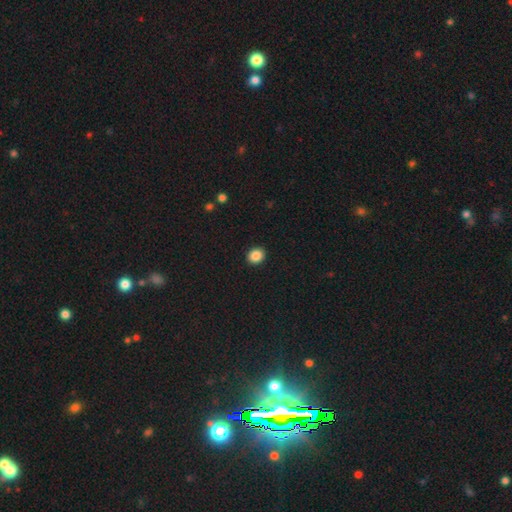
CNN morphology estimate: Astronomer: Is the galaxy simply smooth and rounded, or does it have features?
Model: smooth — 87%.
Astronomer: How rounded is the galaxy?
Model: round — 70%.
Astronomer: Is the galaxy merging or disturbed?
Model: none — 92%.